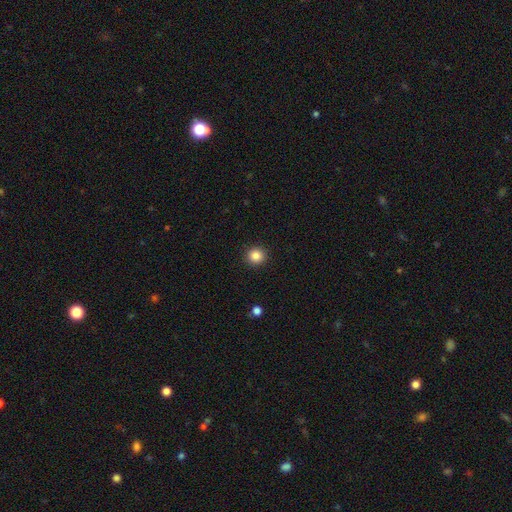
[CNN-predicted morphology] This appears to be a smooth galaxy with no disk features (86%) that is round (93%). Merging: none (92%).